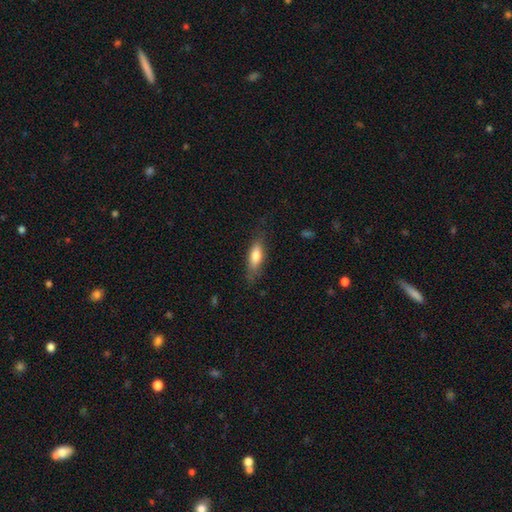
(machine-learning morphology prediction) A smooth galaxy with no disk features (72%) that is in between round and cigar-shaped (57%).

Vote fractions:
- Smooth or featured? smooth: 72% / featured or disk: 22% / star or artifact: 7%
- How rounded? in between: 57% / cigar-shaped: 41% / round: 2%
- Merging? none: 72% / minor disturbance: 21% / major disturbance: 6% / merger: 1%